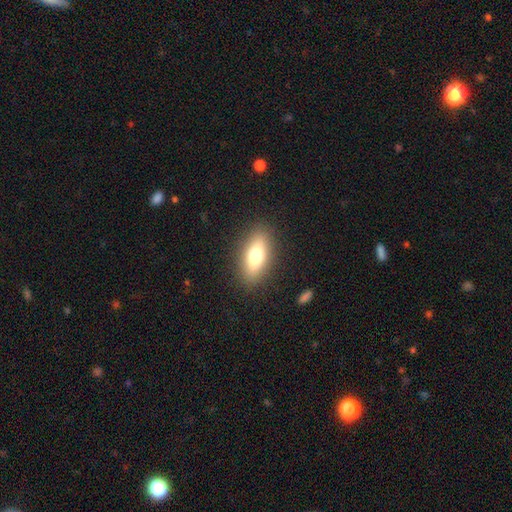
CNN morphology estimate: The model was most divided on "smooth or featured": smooth: 70%, featured or disk: 22%, star or artifact: 8%. More confident: merging — none (88%); how rounded — in between (75%).